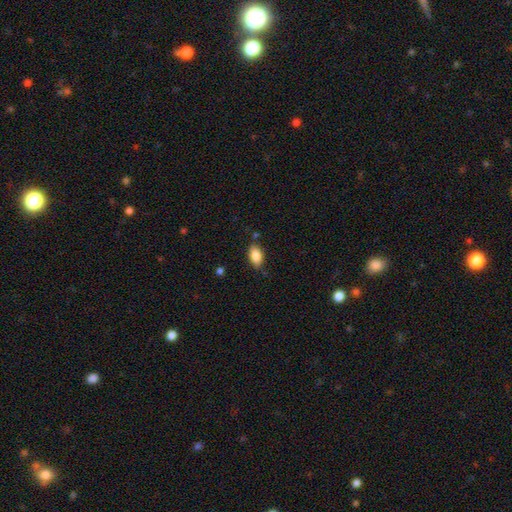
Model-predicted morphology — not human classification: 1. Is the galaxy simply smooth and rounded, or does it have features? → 85% smooth, 7% star or artifact, 7% featured or disk.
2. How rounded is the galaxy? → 92% in between, 5% round, 3% cigar-shaped.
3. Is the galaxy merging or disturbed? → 80% none, 14% minor disturbance, 3% merger, 3% major disturbance.